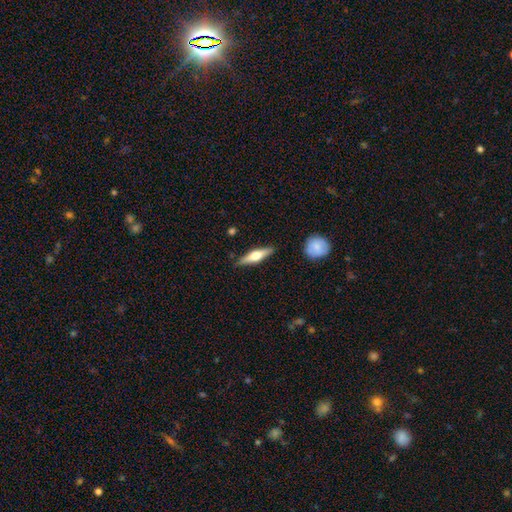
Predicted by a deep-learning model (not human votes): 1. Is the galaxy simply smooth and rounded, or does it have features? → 56% featured or disk, 38% smooth, 5% star or artifact.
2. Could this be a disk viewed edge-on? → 95% yes, 5% no.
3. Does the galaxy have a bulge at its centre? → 92% rounded, 6% boxy, 3% none.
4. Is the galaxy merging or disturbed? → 87% none, 9% minor disturbance, 2% major disturbance, 2% merger.